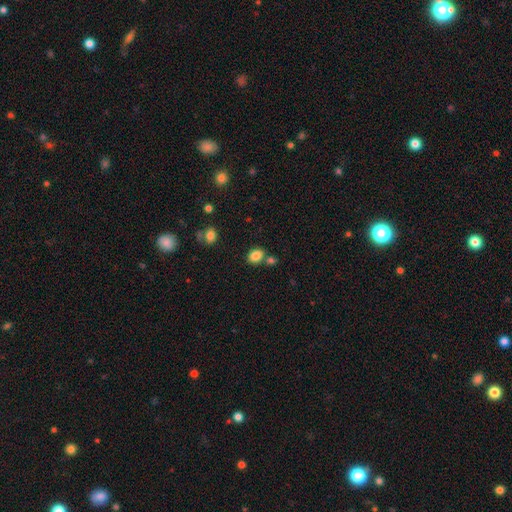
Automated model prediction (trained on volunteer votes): Smooth or featured: smooth — 84% (star or artifact — 10%)
How rounded: in between — 61% (round — 38%)
Merging: none — 66% (merger — 18%)